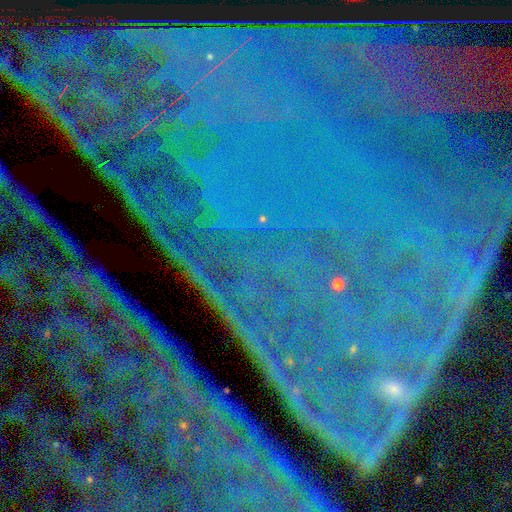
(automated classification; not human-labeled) Smooth or featured? star or artifact (85%)